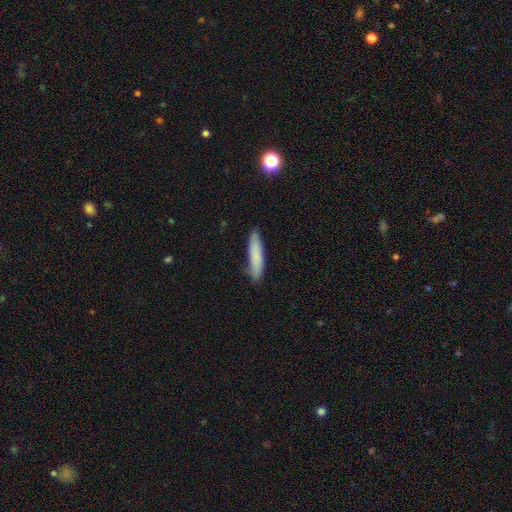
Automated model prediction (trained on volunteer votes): The model was most divided on "merging": none: 80%, minor disturbance: 15%, major disturbance: 3%, merger: 2%. More confident: how rounded — cigar-shaped (82%); smooth or featured — smooth (80%).